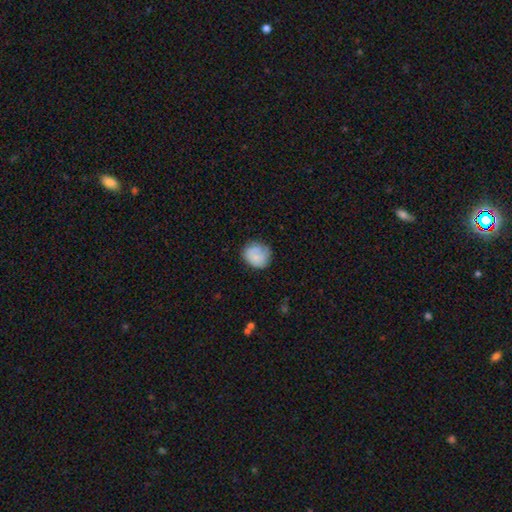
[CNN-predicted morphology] Smooth or featured: smooth — 77% (featured or disk — 16%)
How rounded: round — 70% (in between — 29%)
Merging: none — 65% (minor disturbance — 26%)